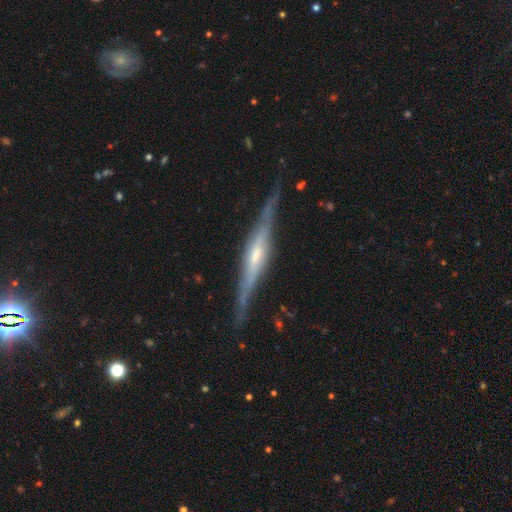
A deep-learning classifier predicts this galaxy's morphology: This appears to be a featured or disk galaxy (80%) viewed edge-on (96%) with a rounded central bulge (53%). Merging: none (80%).